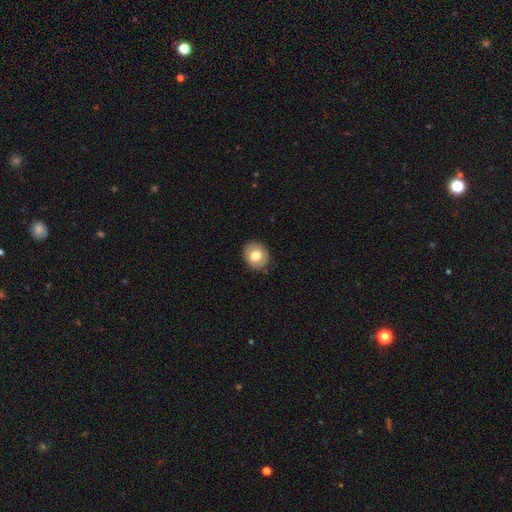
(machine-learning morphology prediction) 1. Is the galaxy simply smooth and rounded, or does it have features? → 72% smooth, 21% featured or disk, 7% star or artifact.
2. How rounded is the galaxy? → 71% round, 28% in between, 1% cigar-shaped.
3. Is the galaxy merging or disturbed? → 88% none, 9% minor disturbance, 2% major disturbance, 1% merger.